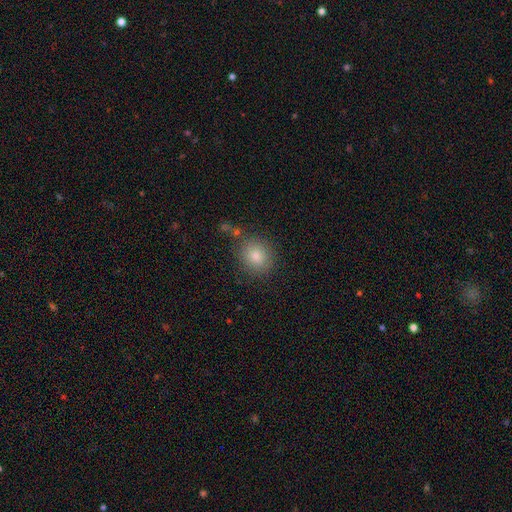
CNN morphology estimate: This is clearly a smooth galaxy (81%). How rounded: clearly round (81%). Merging: clearly none (82%).